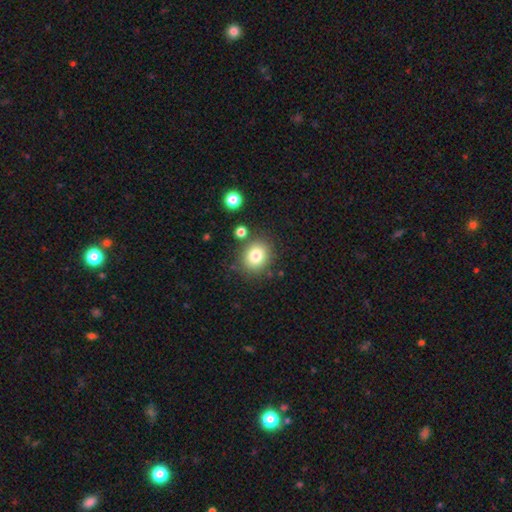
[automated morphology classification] A smooth galaxy with no disk features (80%) that is round (68%).

Vote fractions:
- Smooth or featured? smooth: 80% / star or artifact: 11% / featured or disk: 9%
- How rounded? round: 68% / in between: 31% / cigar-shaped: 1%
- Merging? none: 80% / minor disturbance: 10% / merger: 6% / major disturbance: 4%